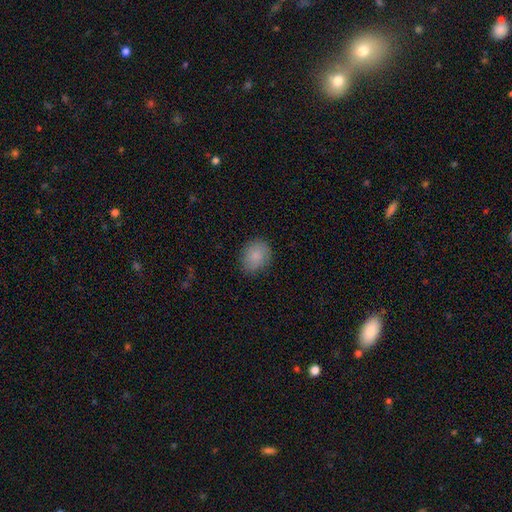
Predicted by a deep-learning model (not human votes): Smooth or featured? smooth (84%)
How rounded? in between (51%)
Merging? none (82%)